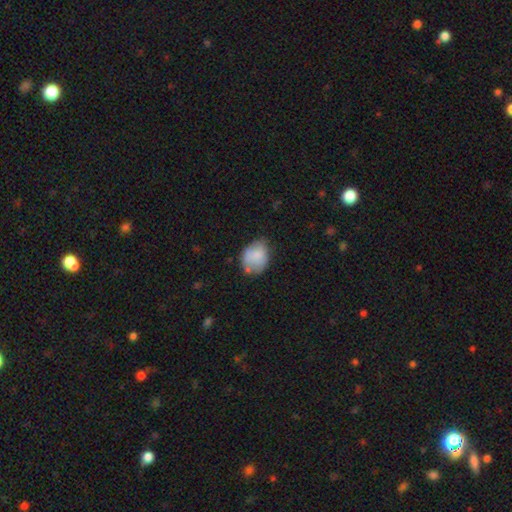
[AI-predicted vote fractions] Overall: smooth (74%). How rounded: in between (58%; round 41%). Merging: none (49%; minor disturbance 34%).